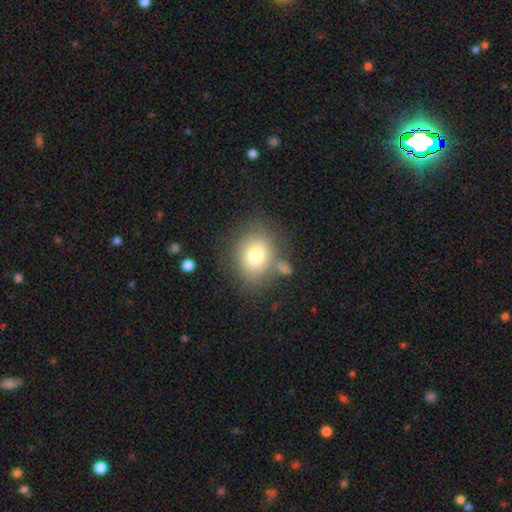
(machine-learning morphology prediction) A smooth galaxy with no disk features (77%) that is round (58%).

Vote fractions:
- Smooth or featured? smooth: 77% / featured or disk: 14% / star or artifact: 9%
- How rounded? round: 58% / in between: 41% / cigar-shaped: 1%
- Merging? none: 65% / minor disturbance: 16% / merger: 11% / major disturbance: 8%